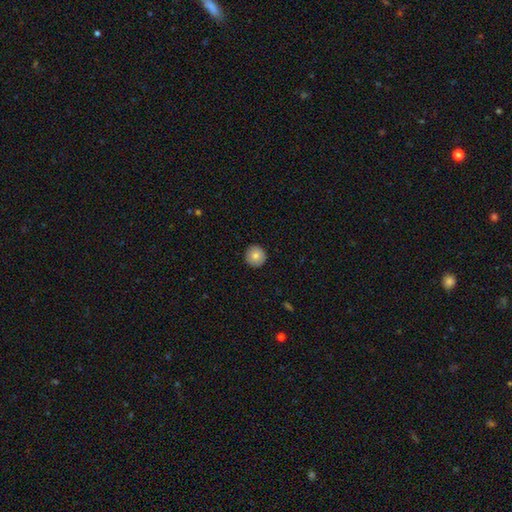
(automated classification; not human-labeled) This is clearly a smooth galaxy (80%). How rounded: clearly round (96%). Merging: clearly none (93%).